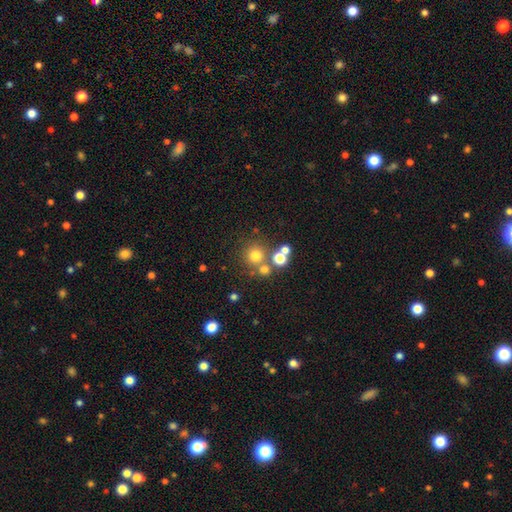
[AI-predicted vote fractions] This appears to be a smooth galaxy with no disk features (69%) that is round (93%). Merging: none (67%).